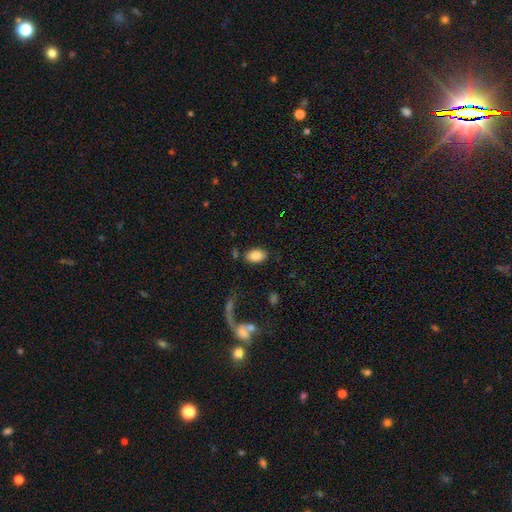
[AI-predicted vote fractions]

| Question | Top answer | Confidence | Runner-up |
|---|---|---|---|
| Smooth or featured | smooth | 85% | featured or disk (8%) |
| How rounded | in between | 92% | round (7%) |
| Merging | none | 82% | minor disturbance (10%) |